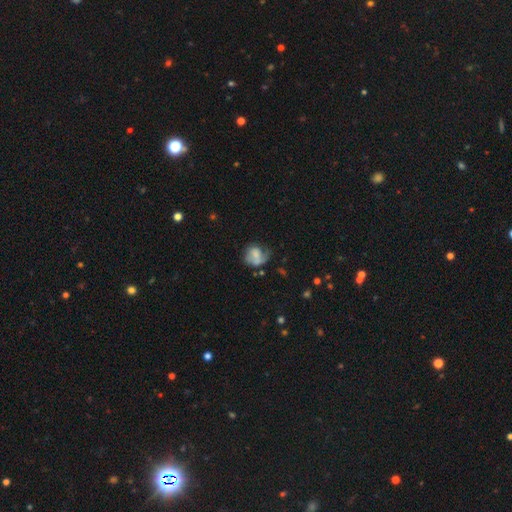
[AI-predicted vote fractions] Q: Smooth or featured?
A: smooth (54%); runner-up: featured or disk (36%)
Q: How rounded?
A: round (58%); runner-up: in between (41%)
Q: Merging?
A: none (34%); runner-up: major disturbance (31%)